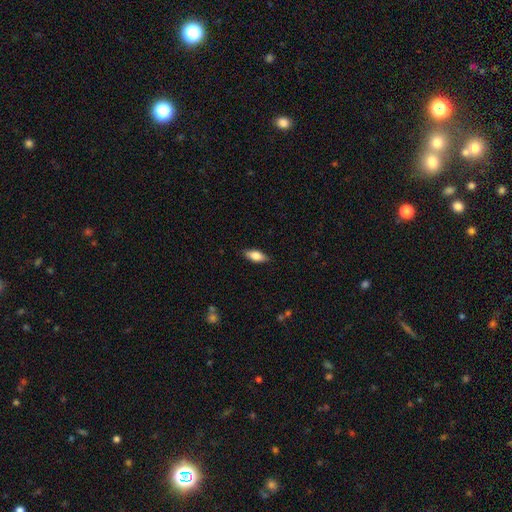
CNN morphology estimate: smooth-or-featured: smooth: 81% | featured or disk: 13% | star or artifact: 7%
  how-rounded: in between: 84% | cigar-shaped: 13% | round: 3%
  merging: none: 85% | minor disturbance: 12% | major disturbance: 2% | merger: 1%